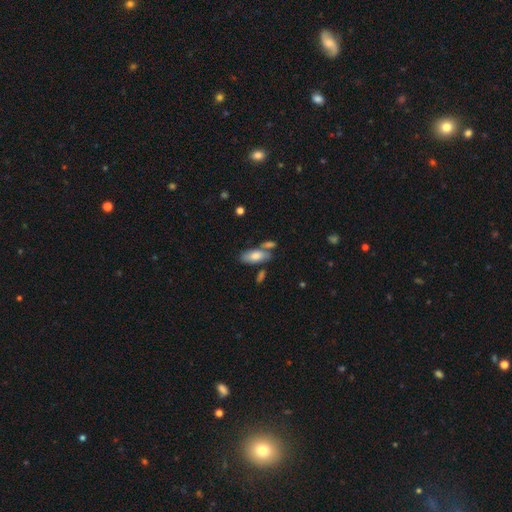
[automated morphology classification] type=smooth (77%); roundness=in between (87%); merging=none (57%).